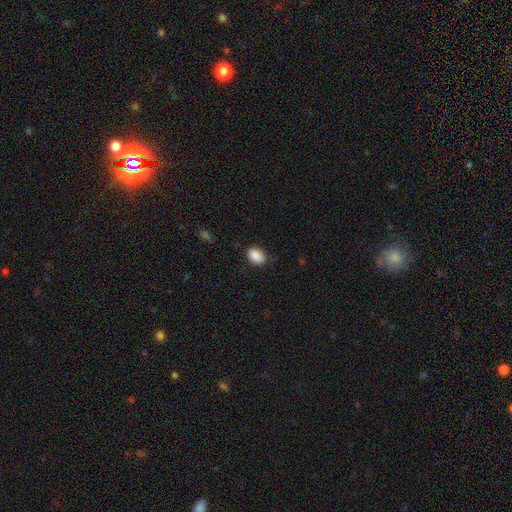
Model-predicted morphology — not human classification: smooth 89%, star or artifact 8%, featured or disk 3%. Down the decision tree: how rounded — in between (85%); merging — none (80%).